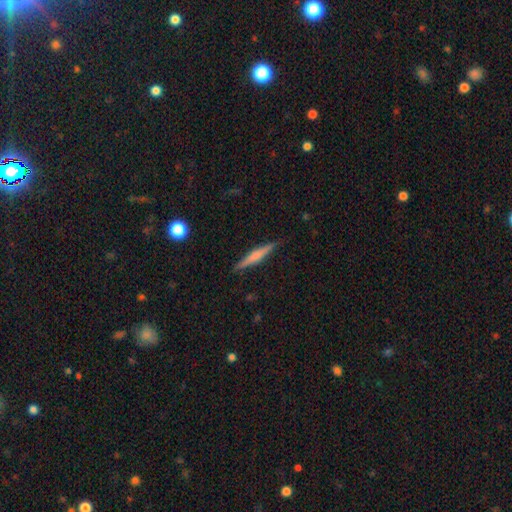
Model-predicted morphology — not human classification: Smooth or featured? Predicted: featured or disk (p=0.56). Edge-on disk? Predicted: yes (p=0.97). Edge-on bulge? Predicted: rounded (p=0.55). Merging? Predicted: none (p=0.89).